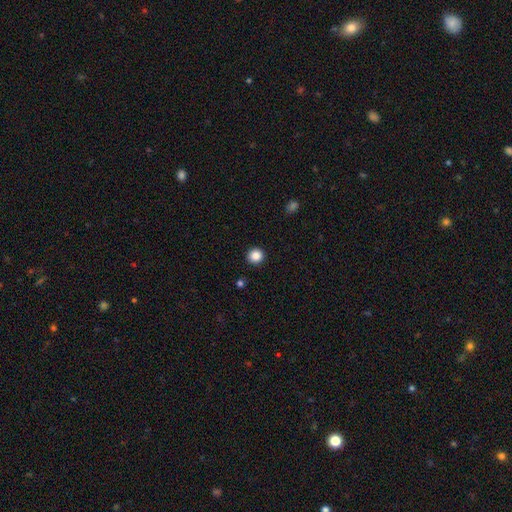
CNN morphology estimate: smooth_or_featured: smooth (p=0.87) [alt: star or artifact p=0.10]
how_rounded: round (p=0.93) [alt: in between p=0.06]
merging: none (p=0.92) [alt: minor disturbance p=0.05]